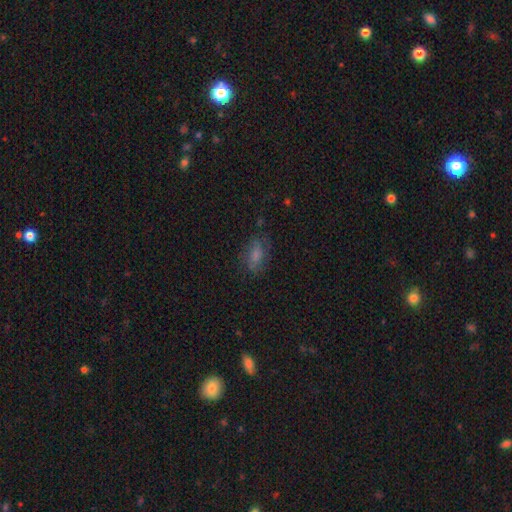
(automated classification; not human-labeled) Smooth or featured? smooth (61%)
How rounded? in between (81%)
Merging? none (72%)